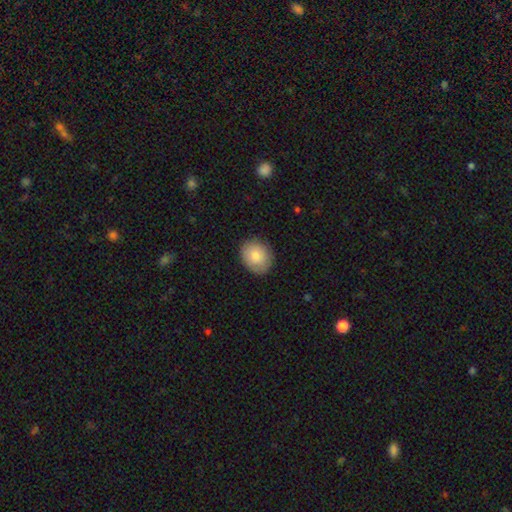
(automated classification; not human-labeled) smooth_or_featured: smooth (p=0.82) [alt: featured or disk p=0.11]
how_rounded: round (p=0.59) [alt: in between p=0.40]
merging: none (p=0.86) [alt: minor disturbance p=0.11]